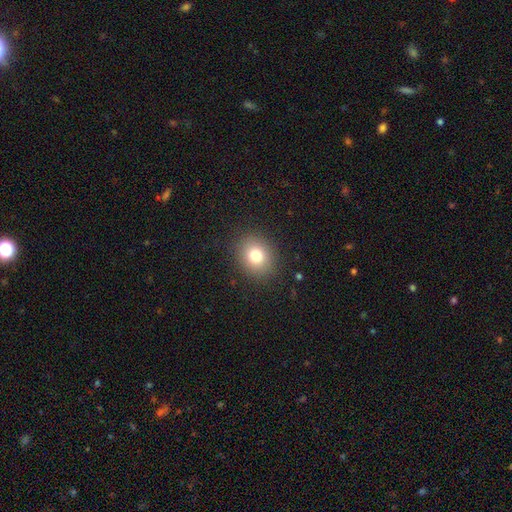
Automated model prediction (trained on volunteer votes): Q: Smooth or featured?
A: smooth (78%); runner-up: star or artifact (12%)
Q: How rounded?
A: round (68%); runner-up: in between (31%)
Q: Merging?
A: none (88%); runner-up: minor disturbance (8%)